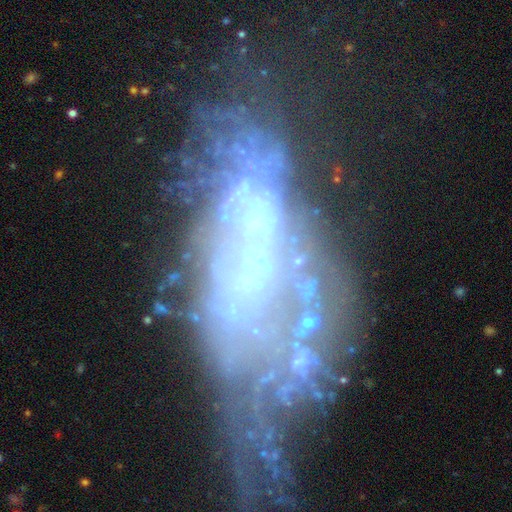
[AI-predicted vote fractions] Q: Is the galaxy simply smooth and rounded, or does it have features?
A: featured or disk — 67%.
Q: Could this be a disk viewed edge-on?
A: no — 91%.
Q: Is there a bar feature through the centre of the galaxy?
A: no — 84%.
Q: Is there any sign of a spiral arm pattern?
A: no — 72%.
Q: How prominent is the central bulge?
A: none — 41%.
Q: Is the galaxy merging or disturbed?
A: major disturbance — 45%.